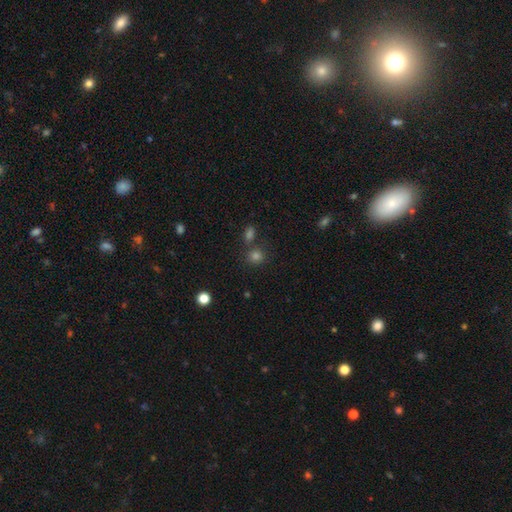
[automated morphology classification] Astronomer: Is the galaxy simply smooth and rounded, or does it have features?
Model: smooth — 71%.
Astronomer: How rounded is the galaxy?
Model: round — 83%.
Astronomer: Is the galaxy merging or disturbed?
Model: none — 70%.